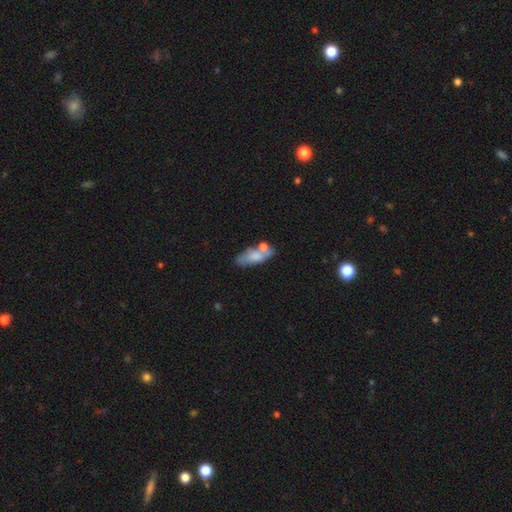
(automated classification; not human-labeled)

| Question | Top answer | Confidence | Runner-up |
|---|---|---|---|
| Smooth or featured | smooth | 67% | featured or disk (25%) |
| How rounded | in between | 77% | cigar-shaped (19%) |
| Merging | none | 44% | merger (28%) |